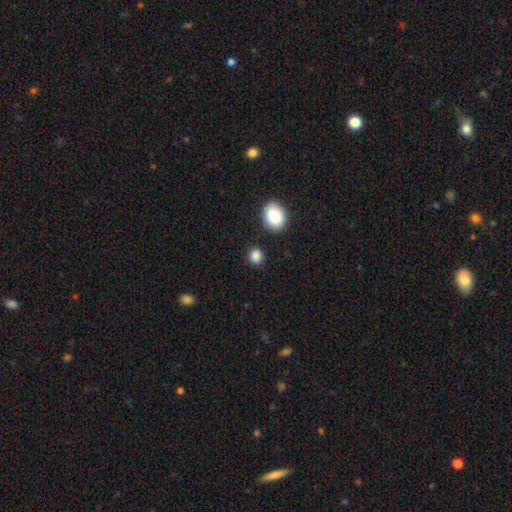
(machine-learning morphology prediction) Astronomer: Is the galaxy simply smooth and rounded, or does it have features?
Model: smooth — 86%.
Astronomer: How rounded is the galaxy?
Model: round — 72%.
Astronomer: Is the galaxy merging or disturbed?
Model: none — 83%.